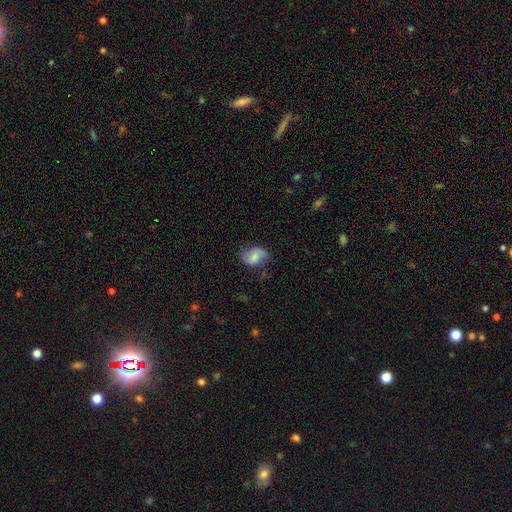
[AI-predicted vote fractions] A smooth galaxy with no disk features (52%) that is in between round and cigar-shaped (76%).

Vote fractions:
- Smooth or featured? smooth: 52% / featured or disk: 39% / star or artifact: 8%
- How rounded? in between: 76% / round: 23% / cigar-shaped: 2%
- Merging? none: 57% / minor disturbance: 29% / major disturbance: 12% / merger: 2%